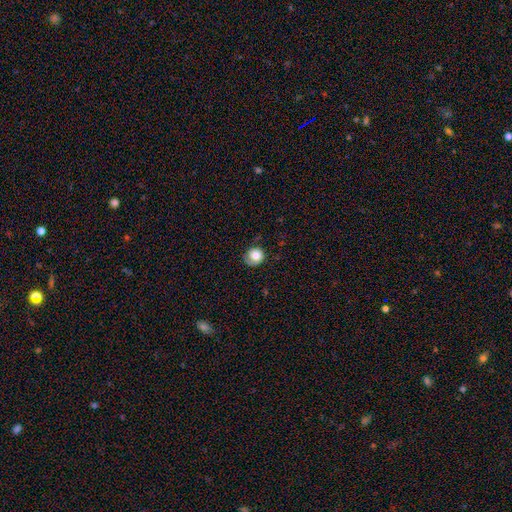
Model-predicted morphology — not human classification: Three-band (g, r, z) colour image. It shows a smooth galaxy with no disk features (69%) that is round (84%). Merging: none (62%).